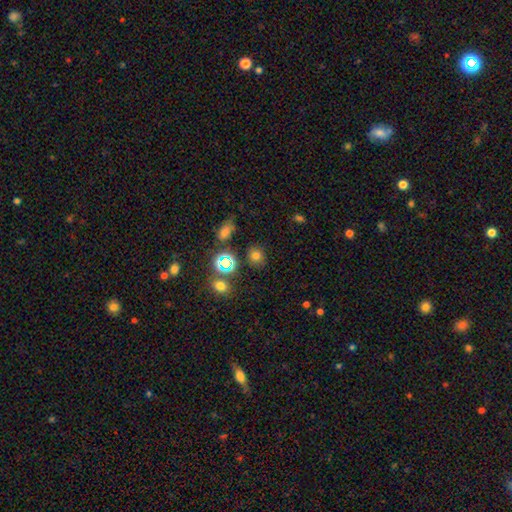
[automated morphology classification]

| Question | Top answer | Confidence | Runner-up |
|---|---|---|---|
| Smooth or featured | smooth | 67% | star or artifact (26%) |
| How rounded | round | 69% | in between (30%) |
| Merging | none | 78% | minor disturbance (12%) |